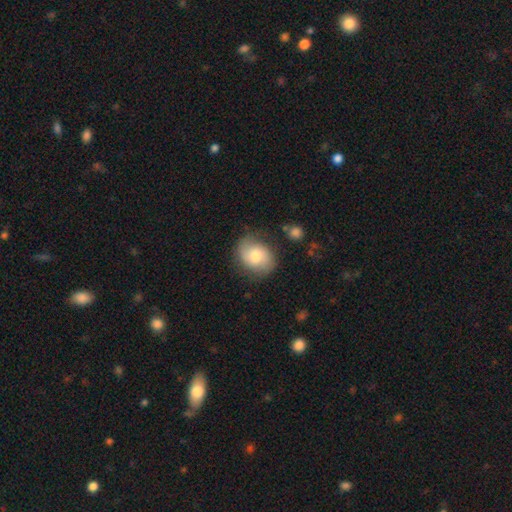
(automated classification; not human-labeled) Smooth or featured: smooth — 55% (featured or disk — 38%)
How rounded: round — 54% (in between — 45%)
Merging: none — 72% (minor disturbance — 20%)